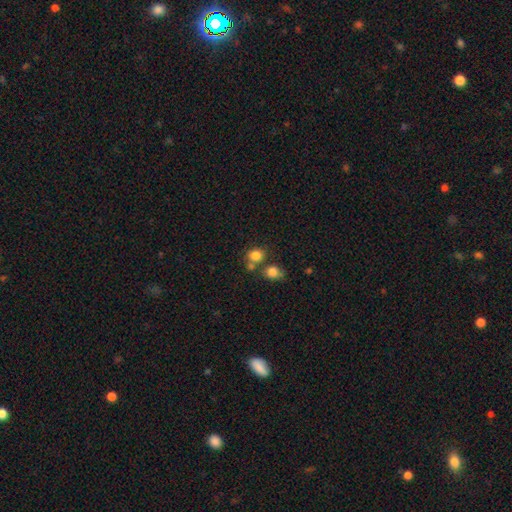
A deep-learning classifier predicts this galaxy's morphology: smooth 81%, star or artifact 12%, featured or disk 7%. Down the decision tree: how rounded — round (69%); merging — none (55%).